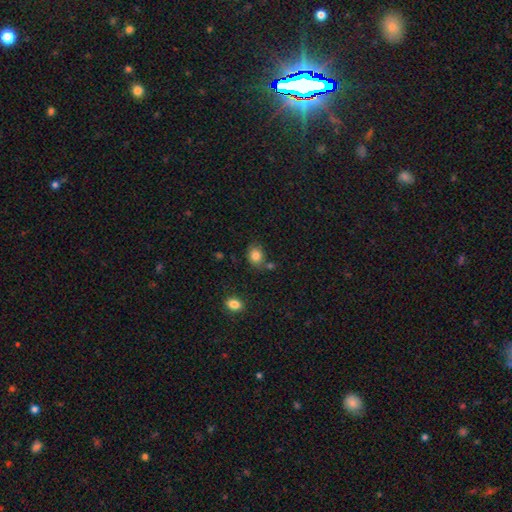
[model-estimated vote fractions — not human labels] smooth-or-featured: smooth: 83% | star or artifact: 10% | featured or disk: 7%
  how-rounded: round: 53% | in between: 46% | cigar-shaped: 1%
  merging: none: 66% | minor disturbance: 18% | merger: 11% | major disturbance: 5%